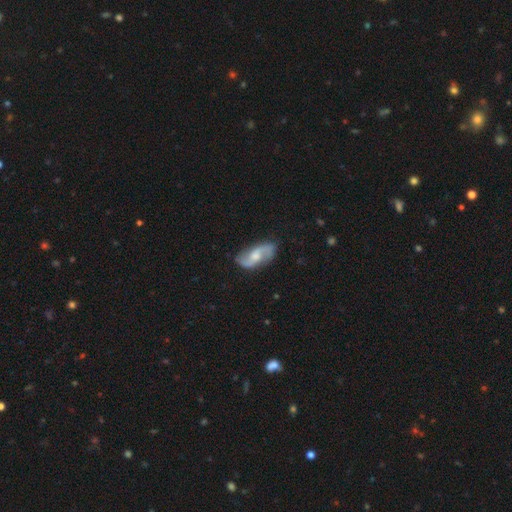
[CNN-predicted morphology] A featured or disk galaxy (77%) with no bar (46%), 2 (92%) loose (65%) spiral arms (94%) and a moderate central bulge (56%).

Vote fractions:
- Smooth or featured? featured or disk: 77% / smooth: 18% / star or artifact: 5%
- Edge-on disk? no: 95% / yes: 5%
- Bar? no: 46% / weak: 45% / strong: 9%
- Spiral arms? yes: 94% / no: 6%
- Spiral winding? loose: 65% / medium: 27% / tight: 7%
- Spiral arm count? 2: 92% / can't tell: 4% / 1: 2% / 3: 1% / 4: 1% / more than 4: 1%
- Bulge size? moderate: 56% / small: 27% / large: 8% / none: 8% / dominant: 1%
- Merging? none: 79% / minor disturbance: 15% / major disturbance: 4% / merger: 2%